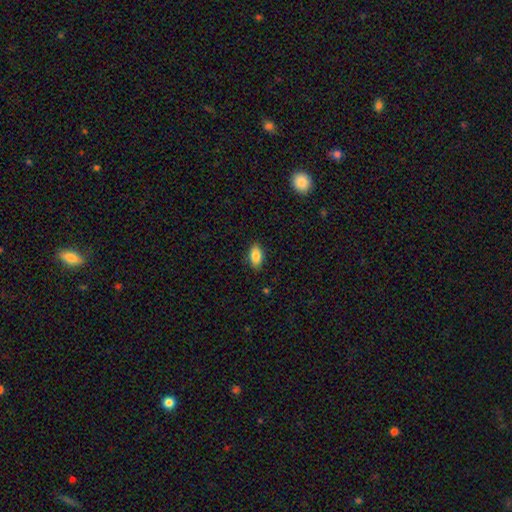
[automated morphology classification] Q: Smooth or featured?
A: smooth (87%); runner-up: star or artifact (8%)
Q: How rounded?
A: in between (91%); runner-up: cigar-shaped (5%)
Q: Merging?
A: none (87%); runner-up: minor disturbance (10%)